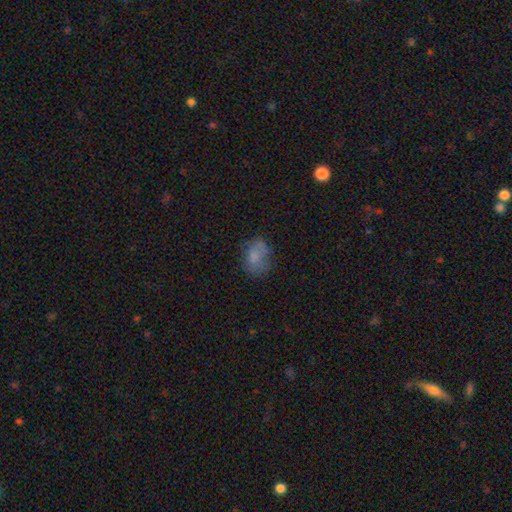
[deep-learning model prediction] Q: Smooth or featured?
A: smooth (71%); runner-up: featured or disk (17%)
Q: How rounded?
A: in between (66%); runner-up: round (32%)
Q: Merging?
A: none (54%); runner-up: minor disturbance (27%)